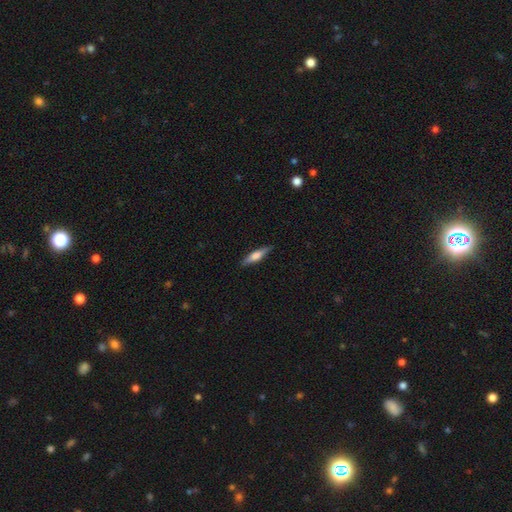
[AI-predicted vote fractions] A smooth galaxy with no disk features (52%) that is cigar-shaped (74%). Merging: none (87%).